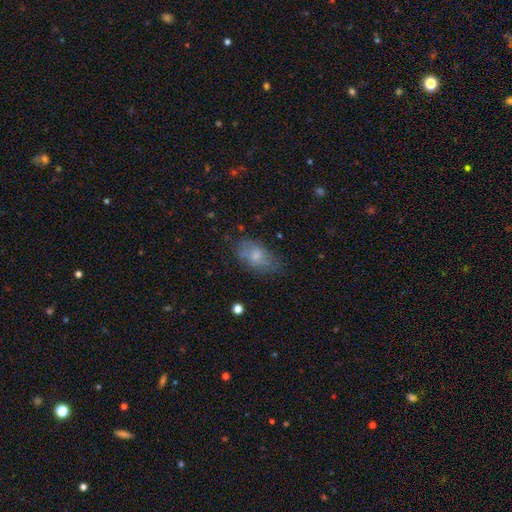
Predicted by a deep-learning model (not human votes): Smooth or featured?
  - smooth: 70% *
  - featured or disk: 21%
  - star or artifact: 9%
How rounded?
  - in between: 90% *
  - round: 6%
  - cigar-shaped: 4%
Merging?
  - none: 65% *
  - minor disturbance: 24%
  - major disturbance: 9%
  - merger: 2%